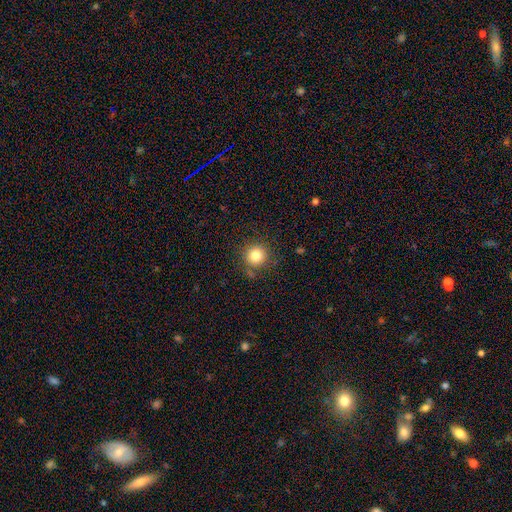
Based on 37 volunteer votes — smooth-or-featured: smooth: 78% | featured or disk: 11% | star or artifact: 11%
  how-rounded: round: 97% | in between: 3% | cigar-shaped: 0%
  merging: none: 85% | minor disturbance: 9% | major disturbance: 3% | merger: 3%